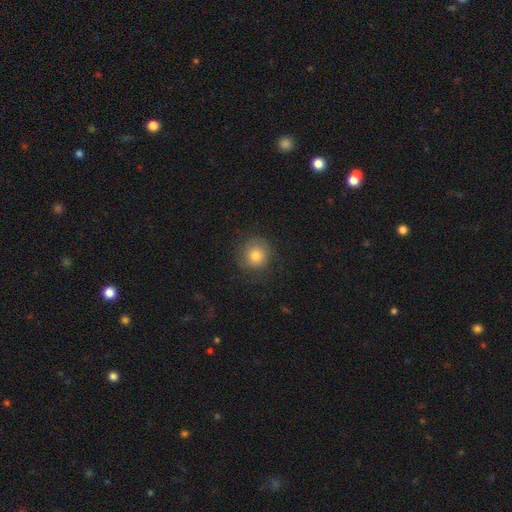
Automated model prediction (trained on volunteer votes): Smooth or featured? Predicted: smooth (p=0.74). How rounded? Predicted: round (p=0.91). Merging? Predicted: none (p=0.75).